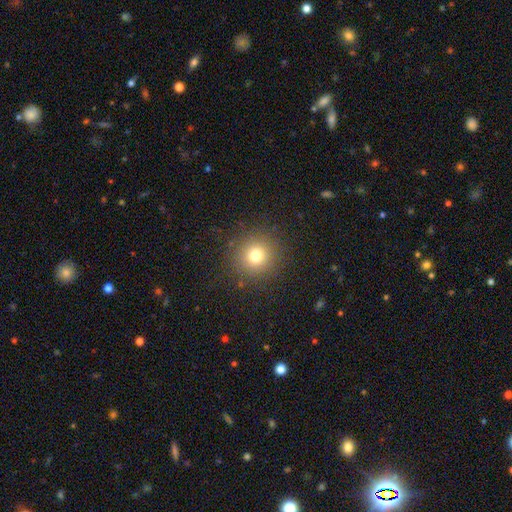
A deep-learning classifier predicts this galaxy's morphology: Overall: smooth (75%). How rounded: round (94%). Merging: none (89%).